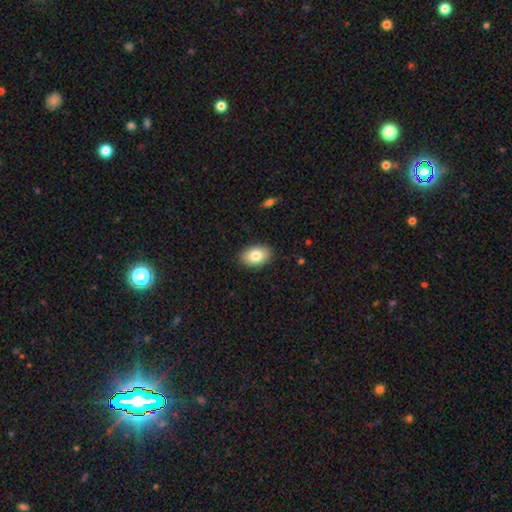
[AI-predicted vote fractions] smooth_or_featured: smooth (p=0.82) [alt: featured or disk p=0.11]
how_rounded: in between (p=0.87) [alt: round p=0.11]
merging: none (p=0.88) [alt: minor disturbance p=0.09]